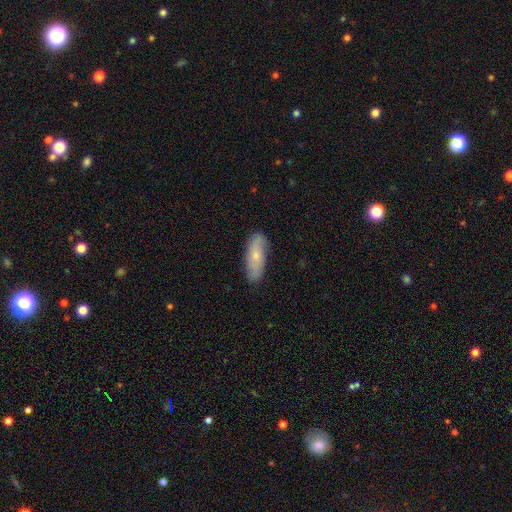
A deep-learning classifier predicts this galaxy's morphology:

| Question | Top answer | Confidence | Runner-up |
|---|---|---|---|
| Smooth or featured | smooth | 66% | featured or disk (28%) |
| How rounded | in between | 61% | cigar-shaped (36%) |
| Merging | none | 82% | minor disturbance (14%) |